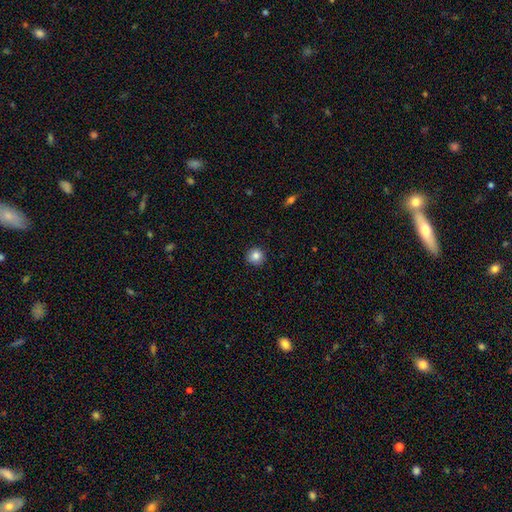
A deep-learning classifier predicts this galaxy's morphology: Smooth or featured: smooth — 85% (star or artifact — 10%)
How rounded: round — 94% (in between — 5%)
Merging: none — 91% (minor disturbance — 6%)